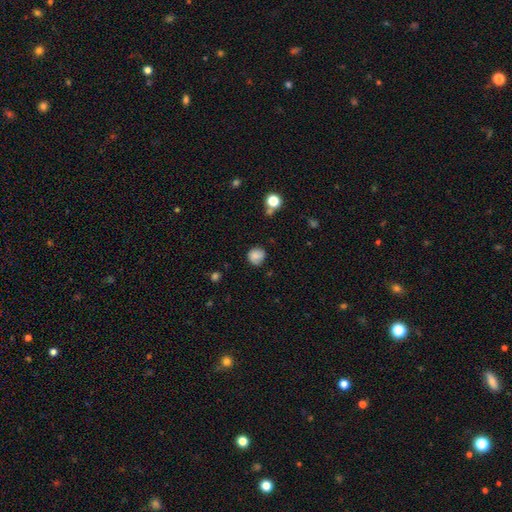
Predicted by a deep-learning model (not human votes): Q: Smooth or featured?
A: smooth (77%); runner-up: featured or disk (13%)
Q: How rounded?
A: round (83%); runner-up: in between (16%)
Q: Merging?
A: none (67%); runner-up: minor disturbance (24%)